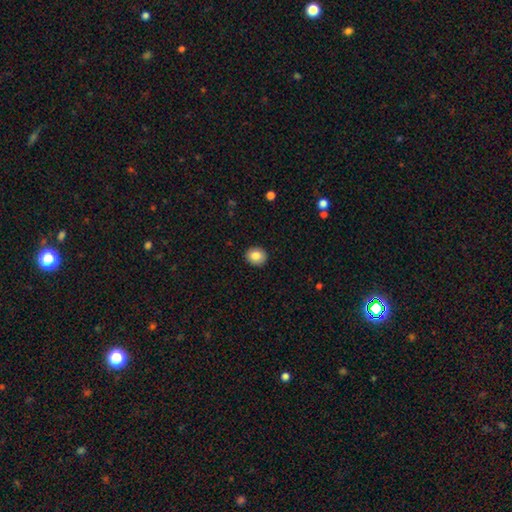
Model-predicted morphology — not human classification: Overall: smooth (85%). How rounded: round (76%). Merging: none (91%).